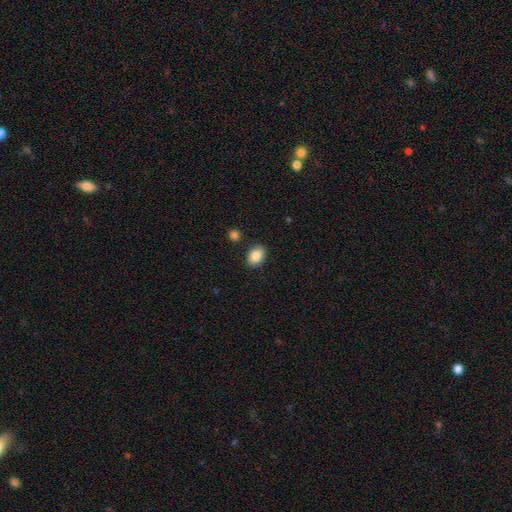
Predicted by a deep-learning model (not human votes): Q: Smooth or featured?
A: smooth (85%); runner-up: star or artifact (8%)
Q: How rounded?
A: in between (77%); runner-up: round (22%)
Q: Merging?
A: none (87%); runner-up: minor disturbance (8%)